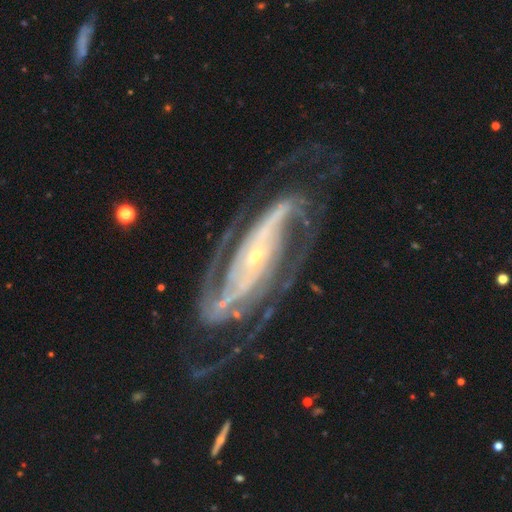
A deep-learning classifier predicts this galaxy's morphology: This appears to be a featured or disk galaxy (92%) with a strong bar (41%), 2 (63%) tight (47%) spiral arms (98%) and a small central bulge (79%). Merging: none (68%).